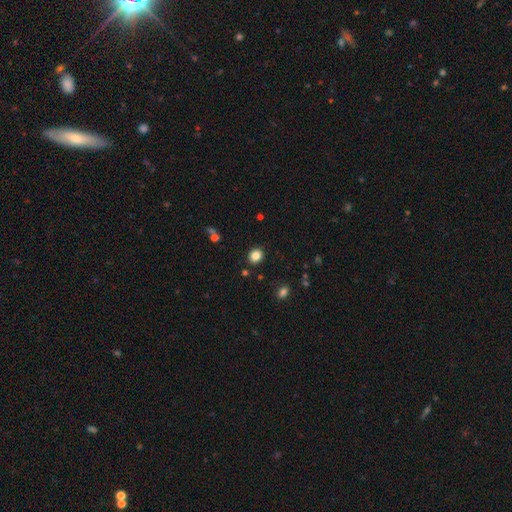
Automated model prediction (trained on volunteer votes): smooth_or_featured: smooth (p=0.84) [alt: star or artifact p=0.11]
how_rounded: round (p=0.67) [alt: in between p=0.33]
merging: none (p=0.88) [alt: minor disturbance p=0.07]